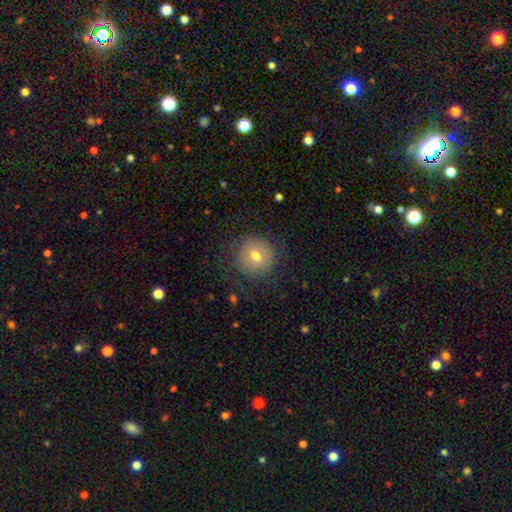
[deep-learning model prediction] smooth-or-featured: smooth: 69% | featured or disk: 21% | star or artifact: 10%
  how-rounded: round: 94% | in between: 5% | cigar-shaped: 1%
  merging: none: 79% | minor disturbance: 13% | major disturbance: 7% | merger: 1%